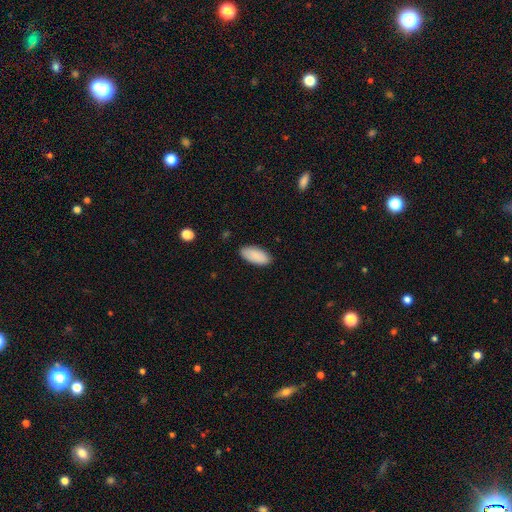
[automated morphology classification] smooth-or-featured: smooth: 90% | star or artifact: 6% | featured or disk: 5%
  how-rounded: in between: 92% | cigar-shaped: 7% | round: 2%
  merging: none: 88% | minor disturbance: 9% | major disturbance: 2% | merger: 1%